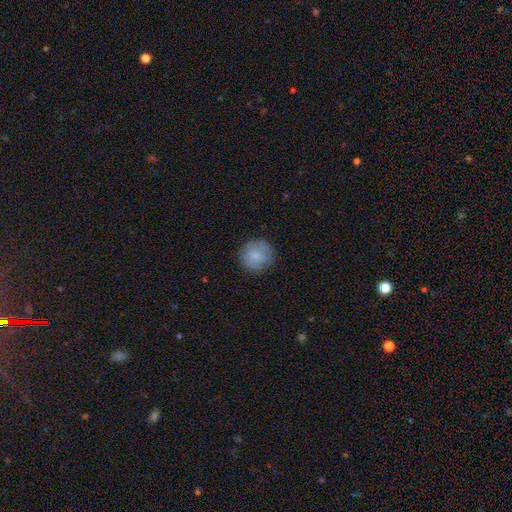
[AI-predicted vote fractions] smooth 79%, featured or disk 14%, star or artifact 8%. Down the decision tree: how rounded — round (93%); merging — none (81%).